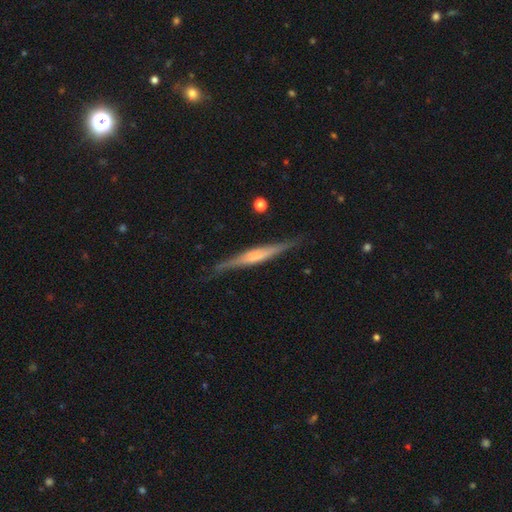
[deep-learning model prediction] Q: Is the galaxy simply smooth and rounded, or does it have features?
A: featured or disk — 67%.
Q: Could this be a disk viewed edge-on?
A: yes — 97%.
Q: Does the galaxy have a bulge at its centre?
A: rounded — 48%.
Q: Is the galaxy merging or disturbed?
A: none — 84%.